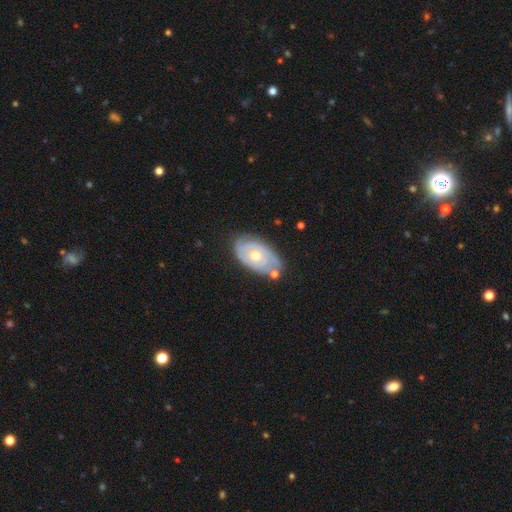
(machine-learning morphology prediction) Smooth or featured?
  - featured or disk: 76% *
  - smooth: 19%
  - star or artifact: 6%
Edge-on disk?
  - no: 94% *
  - yes: 6%
Bar?
  - no: 80% *
  - weak: 17%
  - strong: 3%
Spiral arms?
  - yes: 81% *
  - no: 19%
Spiral winding?
  - tight: 73% *
  - medium: 21%
  - loose: 6%
Spiral arm count?
  - 2: 40% *
  - can't tell: 37%
  - 3: 10%
  - 1: 9%
  - 4: 3%
  - more than 4: 2%
Bulge size?
  - moderate: 66% *
  - small: 29%
  - large: 2%
  - none: 1%
  - dominant: 1%
Merging?
  - none: 65% *
  - minor disturbance: 22%
  - merger: 7%
  - major disturbance: 6%